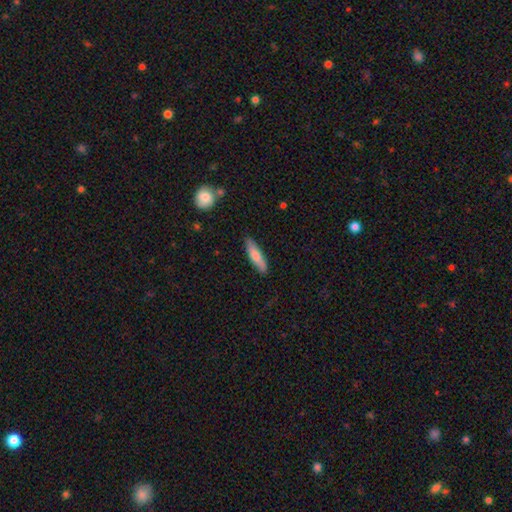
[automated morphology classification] Smooth or featured: smooth — 74% (featured or disk — 21%)
How rounded: cigar-shaped — 74% (in between — 24%)
Merging: none — 85% (minor disturbance — 11%)